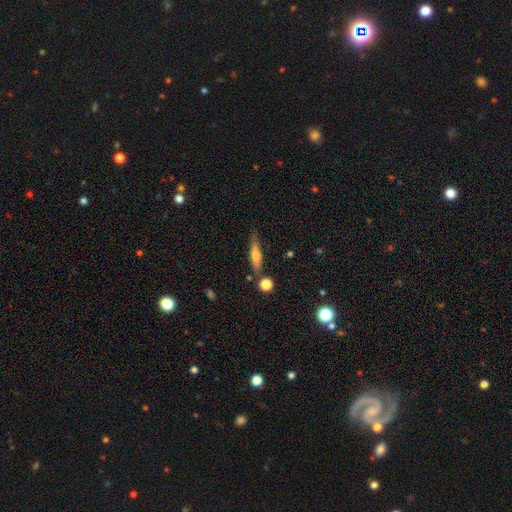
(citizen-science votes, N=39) smooth-or-featured: smooth: 62% | featured or disk: 31% | star or artifact: 8%
  how-rounded: cigar-shaped: 79% | in between: 21% | round: 0%
  merging: none: 72% | minor disturbance: 17% | major disturbance: 6% | merger: 6%